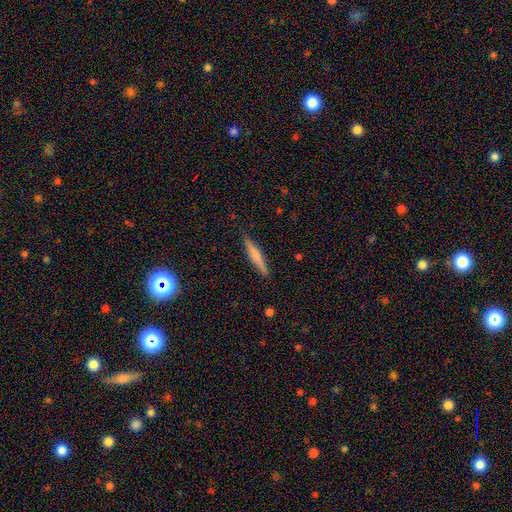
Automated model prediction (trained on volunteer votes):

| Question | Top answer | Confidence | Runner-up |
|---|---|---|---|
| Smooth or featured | smooth | 56% | featured or disk (37%) |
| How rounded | cigar-shaped | 90% | in between (8%) |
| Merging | none | 90% | minor disturbance (7%) |